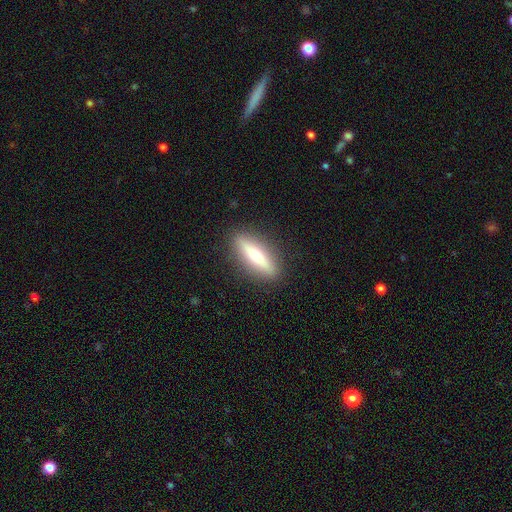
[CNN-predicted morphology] A smooth galaxy with no disk features (53%) that is cigar-shaped (69%).

Vote fractions:
- Smooth or featured? smooth: 53% / featured or disk: 40% / star or artifact: 6%
- How rounded? cigar-shaped: 69% / in between: 28% / round: 2%
- Merging? none: 89% / minor disturbance: 8% / major disturbance: 2% / merger: 1%